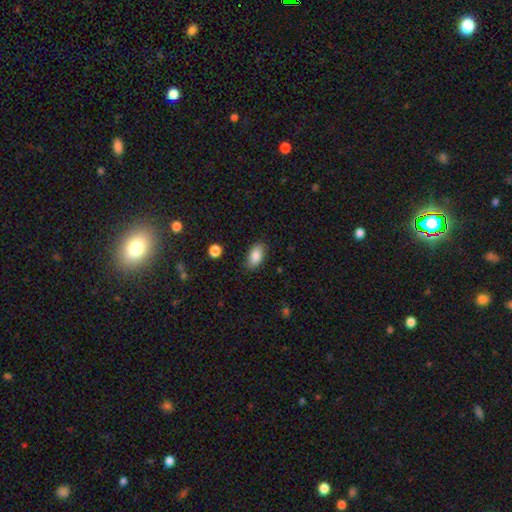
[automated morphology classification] Smooth or featured?
  - smooth: 86% *
  - star or artifact: 8%
  - featured or disk: 6%
How rounded?
  - in between: 92% *
  - round: 5%
  - cigar-shaped: 3%
Merging?
  - none: 86% *
  - minor disturbance: 10%
  - major disturbance: 3%
  - merger: 1%